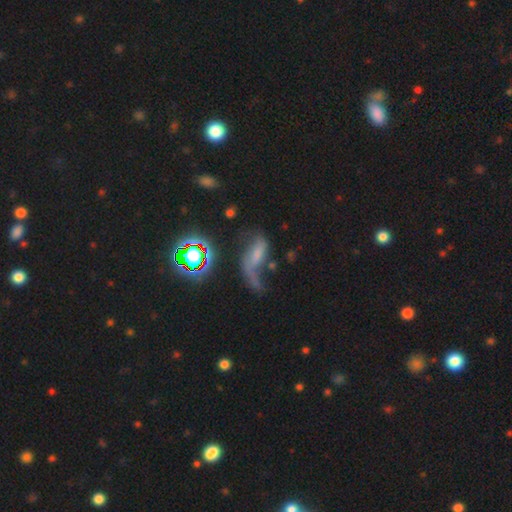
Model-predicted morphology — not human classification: smooth-or-featured: featured or disk: 46% | smooth: 32% | star or artifact: 22%
  merging: major disturbance: 40% | none: 25% | merger: 18% | minor disturbance: 17%